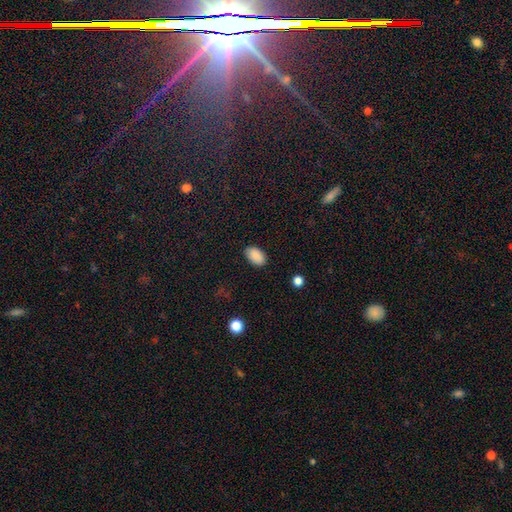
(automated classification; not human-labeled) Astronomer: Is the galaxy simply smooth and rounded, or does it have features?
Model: smooth — 90%.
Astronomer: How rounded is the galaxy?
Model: in between — 93%.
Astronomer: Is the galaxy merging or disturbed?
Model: none — 88%.